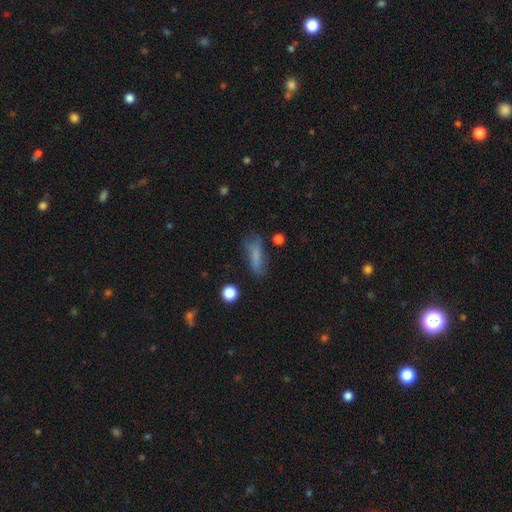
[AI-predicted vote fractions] The model was most divided on "how rounded": cigar-shaped: 50%, in between: 46%, round: 4%. More confident: smooth or featured — smooth (71%); merging — none (57%).